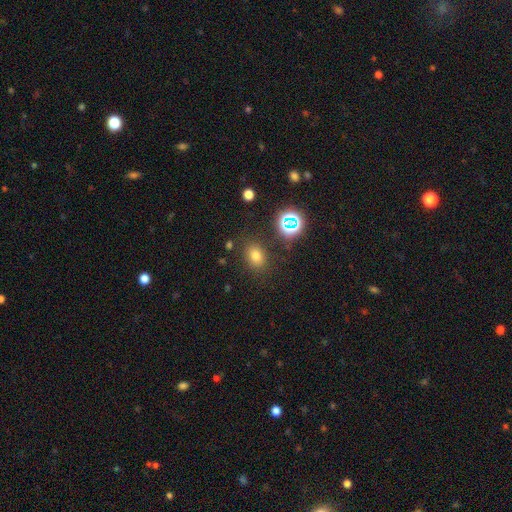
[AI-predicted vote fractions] Smooth or featured? Predicted: smooth (p=0.71). How rounded? Predicted: in between (p=0.56). Merging? Predicted: none (p=0.81).